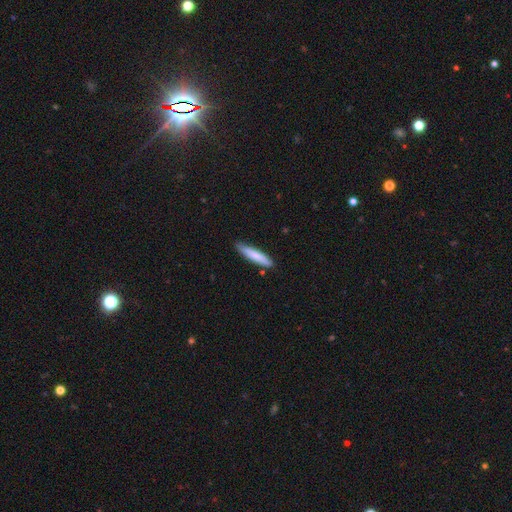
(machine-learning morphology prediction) smooth 78%, featured or disk 17%, star or artifact 5%. Down the decision tree: how rounded — cigar-shaped (86%); merging — none (80%).